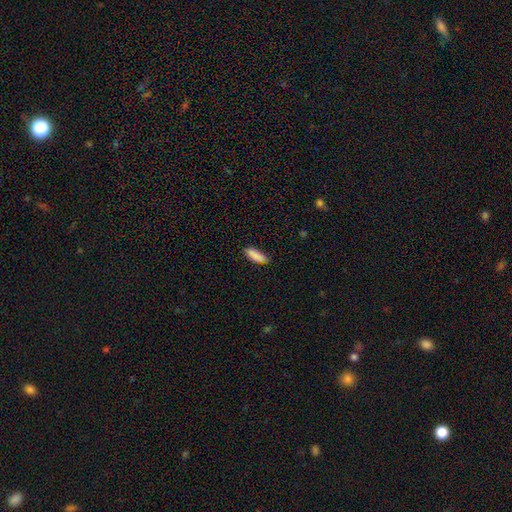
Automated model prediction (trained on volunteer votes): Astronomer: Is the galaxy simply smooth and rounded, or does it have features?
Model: smooth — 89%.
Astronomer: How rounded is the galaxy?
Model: in between — 57% (runner-up: cigar-shaped, 42%).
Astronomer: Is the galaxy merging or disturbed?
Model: none — 82%.